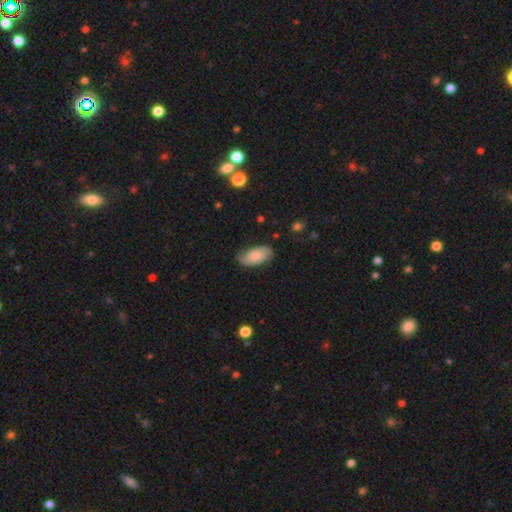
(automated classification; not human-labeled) smooth-or-featured: smooth: 61% | featured or disk: 32% | star or artifact: 7%
  how-rounded: in between: 93% | cigar-shaped: 4% | round: 3%
  merging: none: 70% | minor disturbance: 23% | major disturbance: 6% | merger: 1%